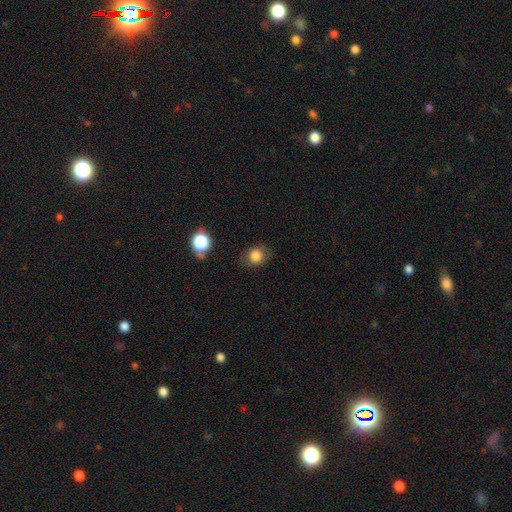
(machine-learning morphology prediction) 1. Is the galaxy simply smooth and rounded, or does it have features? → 81% smooth, 11% star or artifact, 8% featured or disk.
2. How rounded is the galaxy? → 65% round, 34% in between, 1% cigar-shaped.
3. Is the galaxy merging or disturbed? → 77% none, 16% minor disturbance, 5% major disturbance, 2% merger.